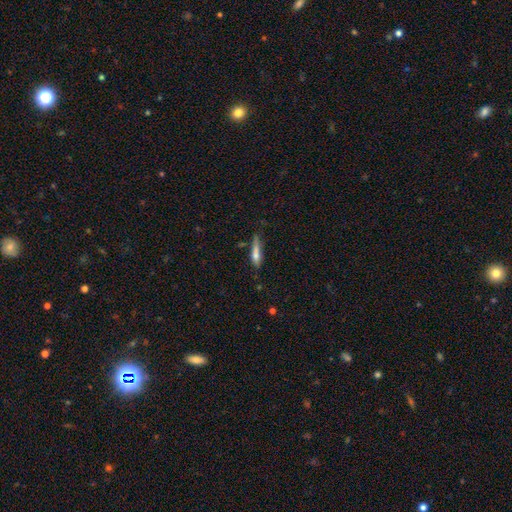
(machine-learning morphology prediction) Smooth or featured? smooth (64%)
How rounded? cigar-shaped (83%)
Merging? none (58%)